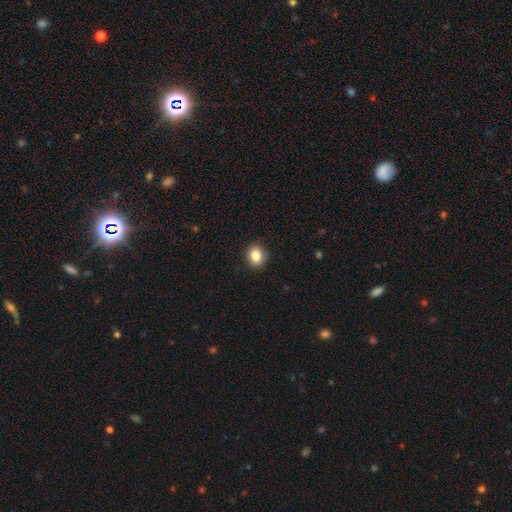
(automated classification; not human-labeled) smooth_or_featured: smooth (p=0.85) [alt: star or artifact p=0.10]
how_rounded: round (p=0.61) [alt: in between p=0.38]
merging: none (p=0.90) [alt: minor disturbance p=0.08]